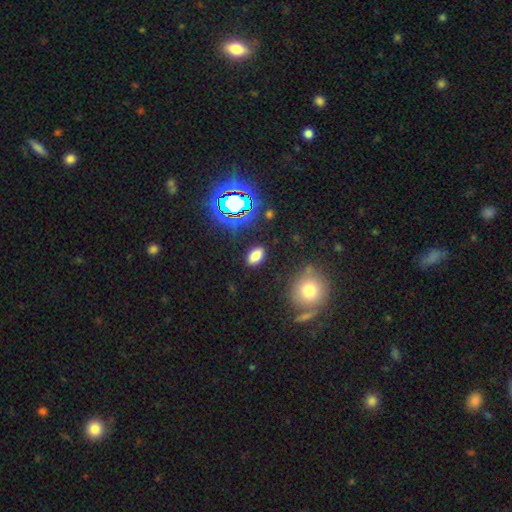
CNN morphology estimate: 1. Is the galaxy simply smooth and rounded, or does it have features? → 74% smooth, 17% star or artifact, 9% featured or disk.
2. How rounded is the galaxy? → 88% in between, 9% round, 3% cigar-shaped.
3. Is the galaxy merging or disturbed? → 87% none, 8% minor disturbance, 3% major disturbance, 2% merger.